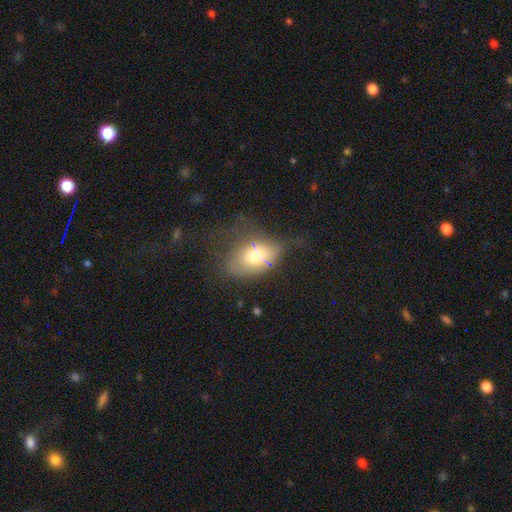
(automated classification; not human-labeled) Smooth or featured?
  - smooth: 67% *
  - featured or disk: 23%
  - star or artifact: 10%
How rounded?
  - in between: 82% *
  - round: 16%
  - cigar-shaped: 2%
Merging?
  - none: 36% *
  - minor disturbance: 32%
  - major disturbance: 30%
  - merger: 3%